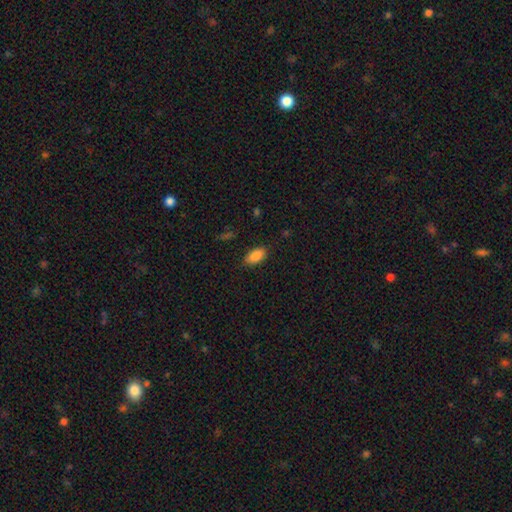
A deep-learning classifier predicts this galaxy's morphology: Smooth or featured?
  - smooth: 87% *
  - star or artifact: 8%
  - featured or disk: 5%
How rounded?
  - in between: 93% *
  - cigar-shaped: 4%
  - round: 3%
Merging?
  - none: 86% *
  - minor disturbance: 11%
  - major disturbance: 3%
  - merger: 1%